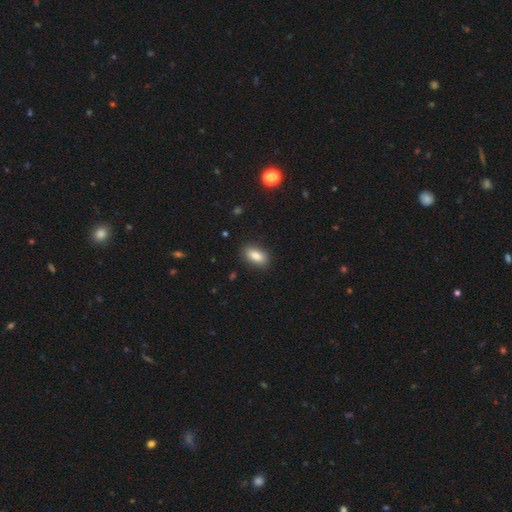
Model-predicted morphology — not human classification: Smooth or featured? smooth (85%)
How rounded? in between (90%)
Merging? none (87%)